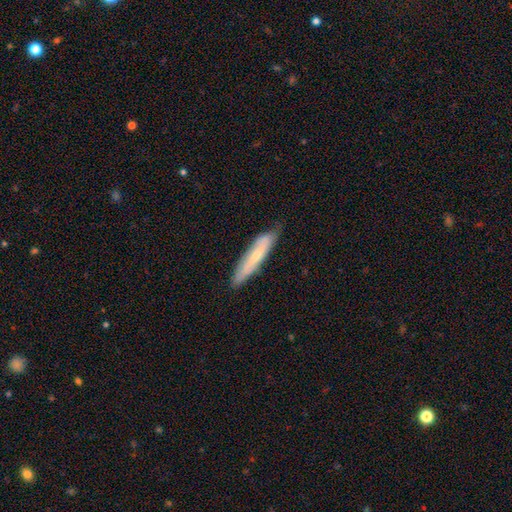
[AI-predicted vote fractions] Smooth or featured?
  - smooth: 52% *
  - featured or disk: 42%
  - star or artifact: 6%
How rounded?
  - cigar-shaped: 85% *
  - in between: 13%
  - round: 2%
Merging?
  - none: 77% *
  - minor disturbance: 19%
  - major disturbance: 3%
  - merger: 1%